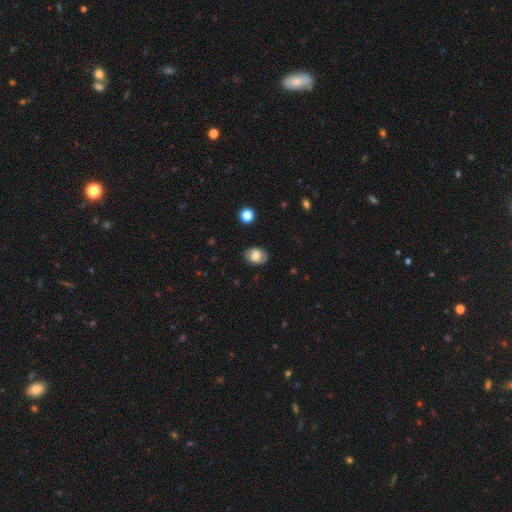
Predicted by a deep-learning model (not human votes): This appears to be a smooth galaxy with no disk features (59%) that is in between round and cigar-shaped (71%). Merging: none (82%).